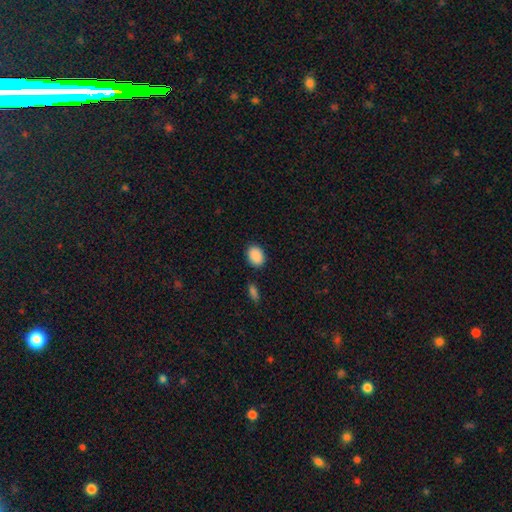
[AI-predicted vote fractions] Morphology: type=smooth (90%); roundness=in between (74%); merging=none (85%).